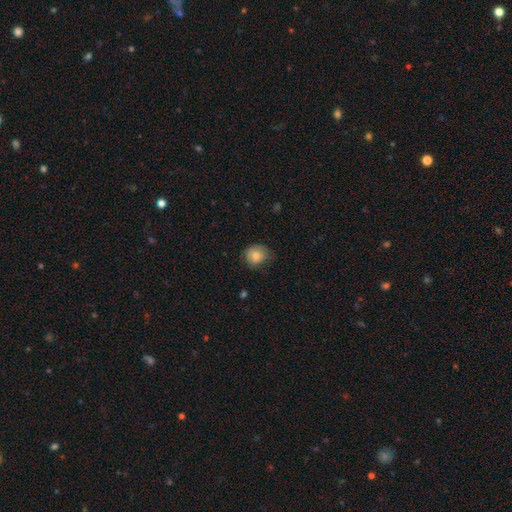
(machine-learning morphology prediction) smooth-or-featured: smooth: 79% | featured or disk: 12% | star or artifact: 9%
  how-rounded: round: 70% | in between: 29% | cigar-shaped: 1%
  merging: none: 57% | minor disturbance: 32% | major disturbance: 10% | merger: 1%